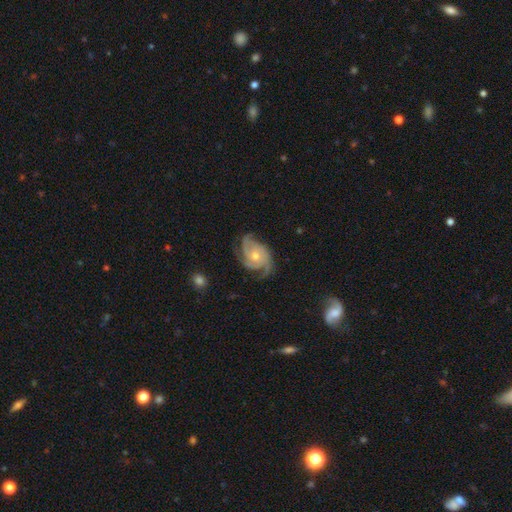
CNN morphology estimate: Smooth or featured: featured or disk — 89% (smooth — 7%)
Edge-on disk: no — 98% (yes — 2%)
Bar: no — 76% (weak — 20%)
Spiral arms: yes — 98% (no — 2%)
Spiral winding: tight — 46% (medium — 42%)
Spiral arm count: 3 — 56% (4 — 16%)
Bulge size: moderate — 62% (small — 32%)
Merging: none — 69% (minor disturbance — 20%)